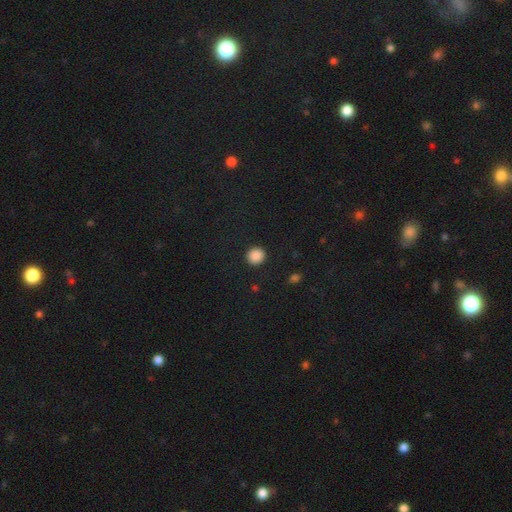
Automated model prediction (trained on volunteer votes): Smooth or featured: smooth — 88% (star or artifact — 9%)
How rounded: round — 91% (in between — 8%)
Merging: none — 92% (minor disturbance — 5%)